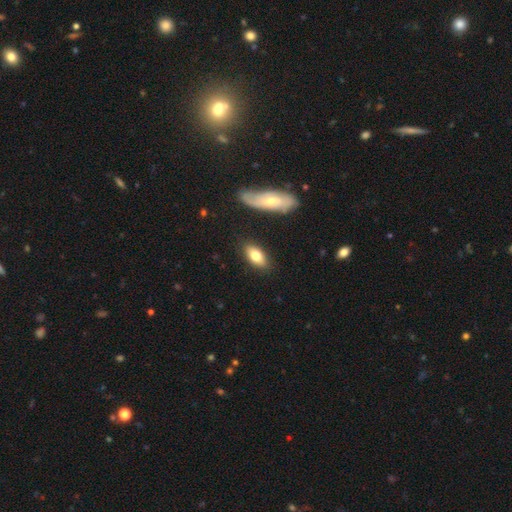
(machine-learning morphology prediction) A smooth galaxy with no disk features (76%) that is in between round and cigar-shaped (88%). Merging: none (84%).